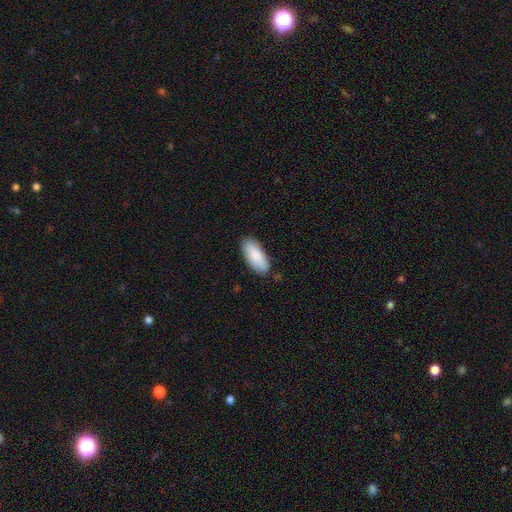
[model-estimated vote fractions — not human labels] smooth 86%, featured or disk 8%, star or artifact 6%. Down the decision tree: how rounded — in between (86%); merging — none (85%).